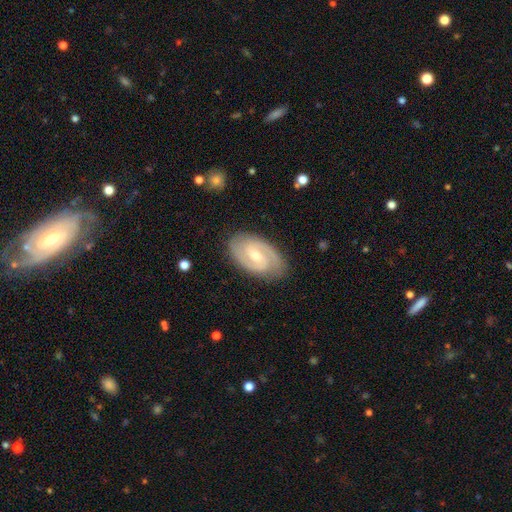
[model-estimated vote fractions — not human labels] The model was most divided on "bulge size": moderate: 50%, small: 45%, large: 2%, none: 2%, dominant: 1%. More confident: spiral arms — yes (97%); edge-on disk — no (97%); spiral arm count — 2 (87%); smooth or featured — featured or disk (86%); merging — none (85%); bar — weak (54%); spiral winding — tight (52%).